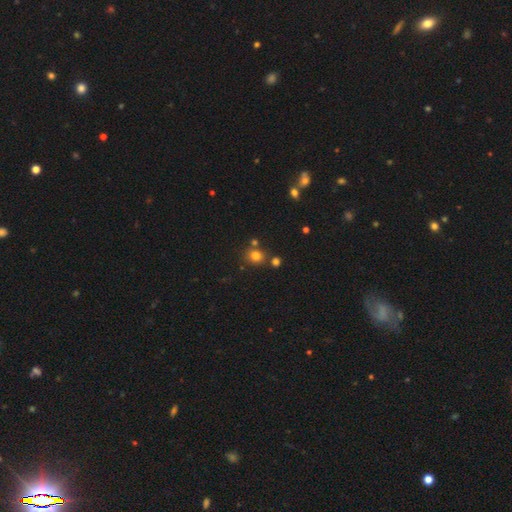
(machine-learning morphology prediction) This is likely a smooth galaxy (78%). How rounded: likely round (79%). Merging: likely none (73%).